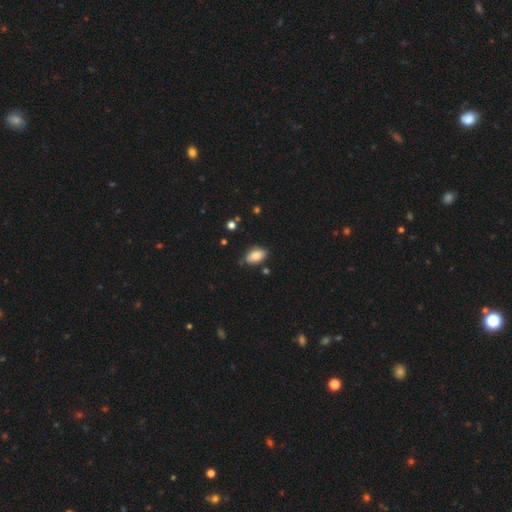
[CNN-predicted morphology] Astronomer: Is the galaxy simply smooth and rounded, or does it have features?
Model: smooth — 84%.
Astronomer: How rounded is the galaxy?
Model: in between — 93%.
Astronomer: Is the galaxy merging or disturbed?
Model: none — 78%.